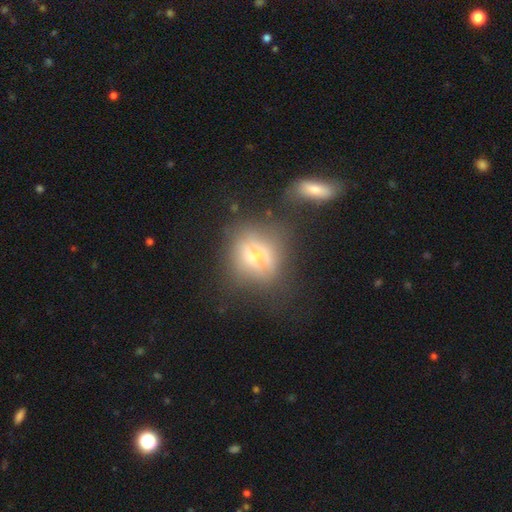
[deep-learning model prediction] Smooth or featured?
  - featured or disk: 51% *
  - smooth: 35%
  - star or artifact: 14%
Edge-on disk?
  - no: 54% *
  - yes: 46%
Merging?
  - none: 57% *
  - minor disturbance: 20%
  - major disturbance: 14%
  - merger: 9%